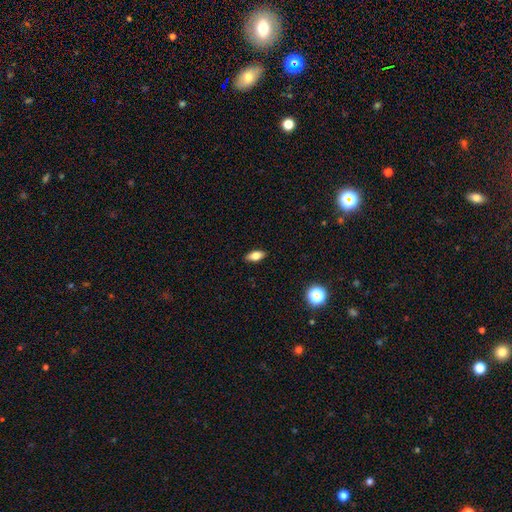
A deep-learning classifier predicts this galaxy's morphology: Overall: smooth (74%). How rounded: in between (84%). Merging: none (89%).